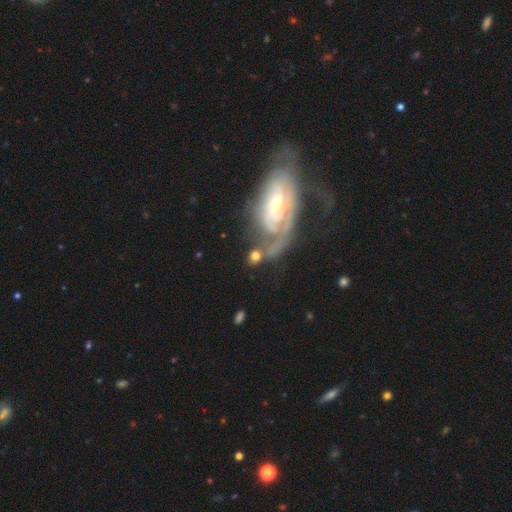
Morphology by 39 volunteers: Smooth or featured? smooth (62%)
How rounded? round (58%)
Merging? none (47%)